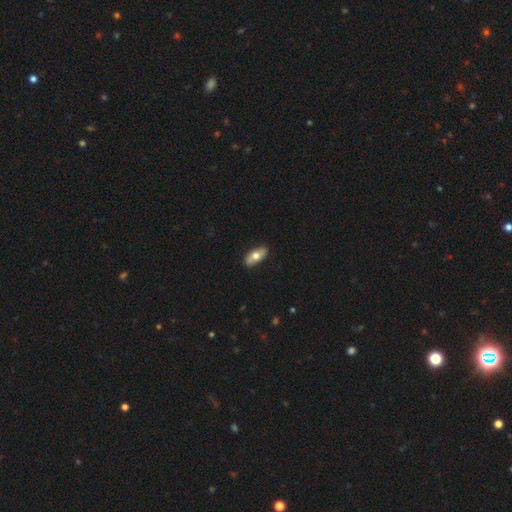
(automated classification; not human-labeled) Smooth or featured? Predicted: smooth (p=0.67). How rounded? Predicted: in between (p=0.85). Merging? Predicted: none (p=0.88).